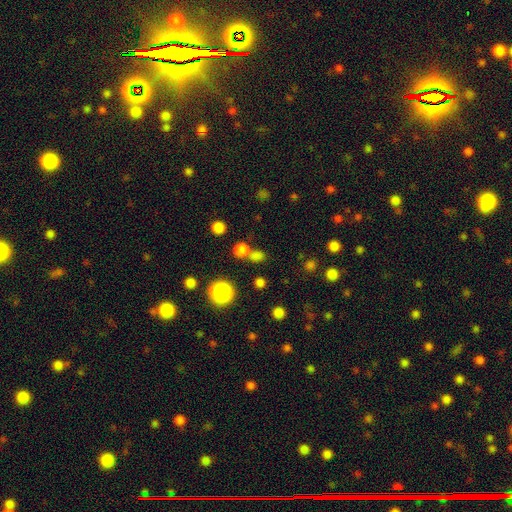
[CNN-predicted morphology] Q: Smooth or featured?
A: smooth (71%); runner-up: star or artifact (22%)
Q: How rounded?
A: round (66%); runner-up: in between (32%)
Q: Merging?
A: none (56%); runner-up: merger (32%)